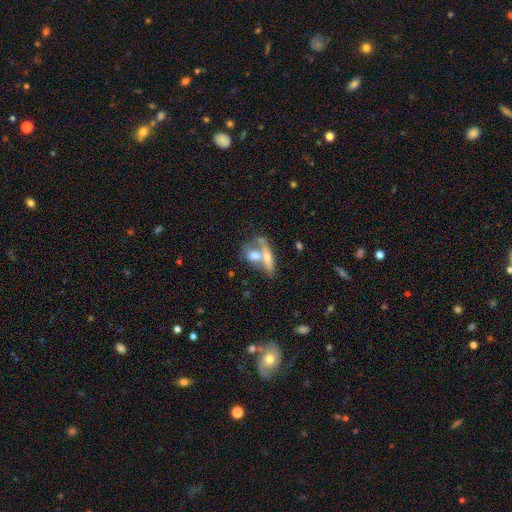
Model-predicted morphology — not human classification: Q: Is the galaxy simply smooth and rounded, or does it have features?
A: smooth — 48%.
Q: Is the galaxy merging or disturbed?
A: merger — 54%.